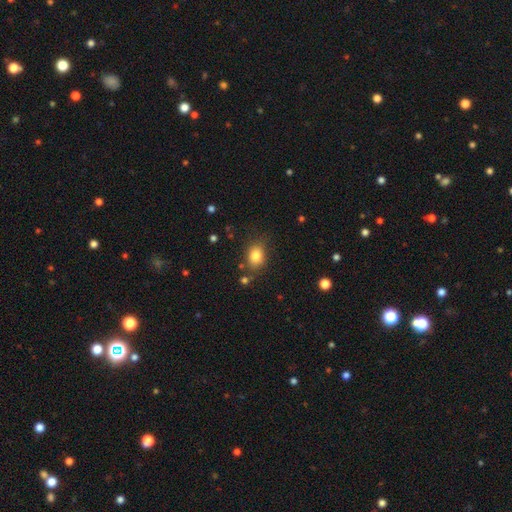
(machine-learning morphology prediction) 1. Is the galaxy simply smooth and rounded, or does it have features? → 82% smooth, 10% star or artifact, 8% featured or disk.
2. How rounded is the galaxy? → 60% in between, 39% round, 1% cigar-shaped.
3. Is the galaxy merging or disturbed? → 75% none, 16% minor disturbance, 5% major disturbance, 5% merger.